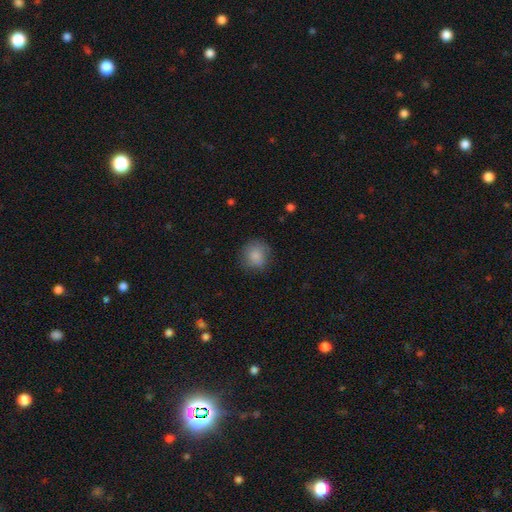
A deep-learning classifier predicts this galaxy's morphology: smooth-or-featured: smooth: 84% | star or artifact: 8% | featured or disk: 7%
  how-rounded: round: 88% | in between: 11% | cigar-shaped: 1%
  merging: none: 77% | minor disturbance: 17% | major disturbance: 5% | merger: 1%